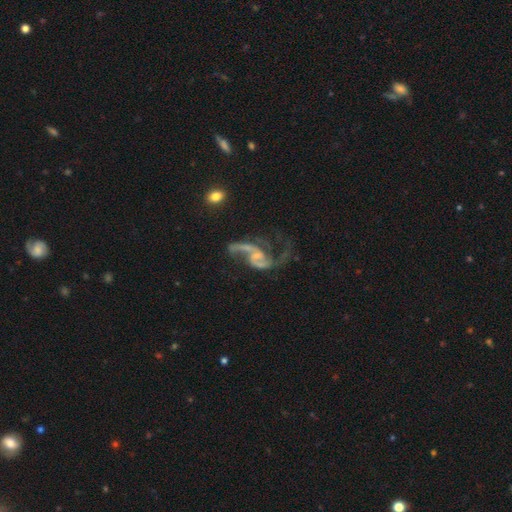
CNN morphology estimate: This appears to be a featured or disk galaxy (89%) with no bar (47%), 2 (88%) loose (72%) spiral arms (95%) and a small central bulge (62%). Merging: none (42%).